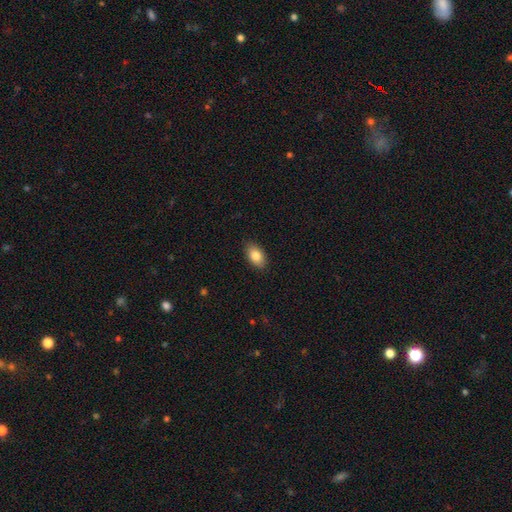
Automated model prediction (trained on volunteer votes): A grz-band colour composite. It shows a smooth galaxy with no disk features (85%) that is in between round and cigar-shaped (91%). Merging: none (89%).